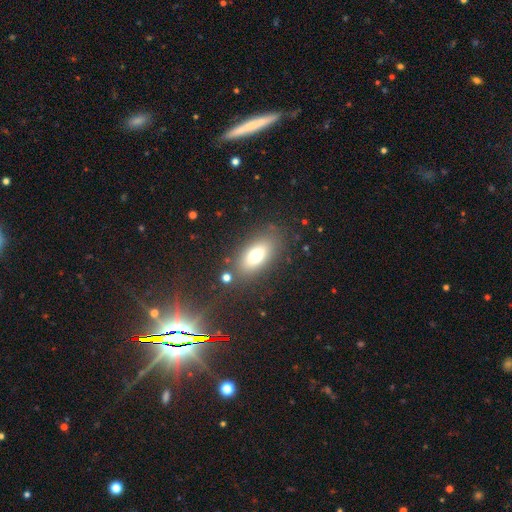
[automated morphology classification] smooth 71%, featured or disk 18%, star or artifact 11%. Down the decision tree: how rounded — in between (85%); merging — none (80%).